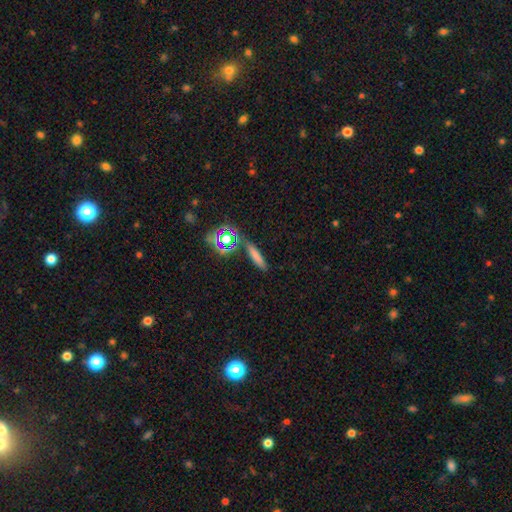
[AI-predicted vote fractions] Q: Smooth or featured?
A: smooth (70%); runner-up: star or artifact (18%)
Q: How rounded?
A: cigar-shaped (79%); runner-up: in between (15%)
Q: Merging?
A: none (82%); runner-up: minor disturbance (10%)